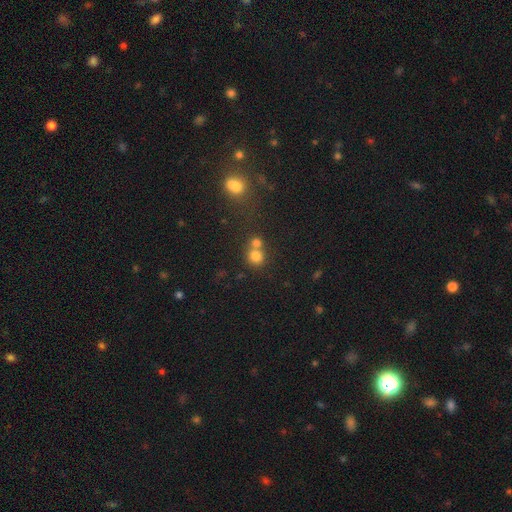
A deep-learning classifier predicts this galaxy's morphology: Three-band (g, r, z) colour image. It shows a smooth galaxy with no disk features (78%) that is round (85%). Merging: none (48%).